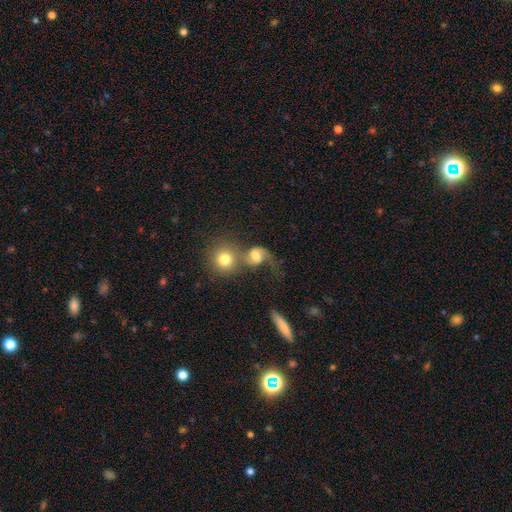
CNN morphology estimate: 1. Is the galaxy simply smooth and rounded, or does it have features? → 48% featured or disk, 41% smooth, 11% star or artifact.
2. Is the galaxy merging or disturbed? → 39% merger, 30% none, 18% major disturbance, 13% minor disturbance.